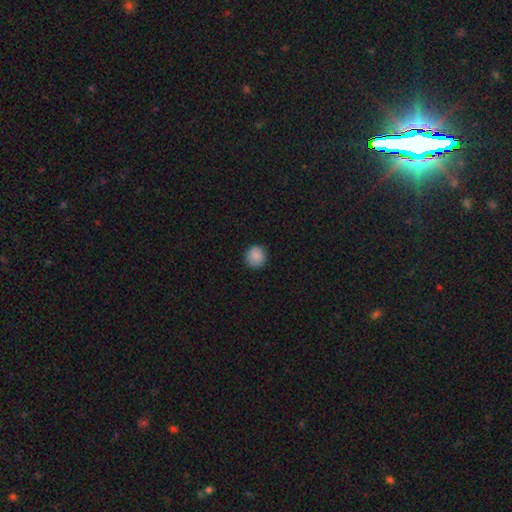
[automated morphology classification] A smooth galaxy with no disk features (88%) that is round (92%).

Vote fractions:
- Smooth or featured? smooth: 88% / star or artifact: 9% / featured or disk: 3%
- How rounded? round: 92% / in between: 7% / cigar-shaped: 1%
- Merging? none: 90% / minor disturbance: 7% / major disturbance: 2% / merger: 1%